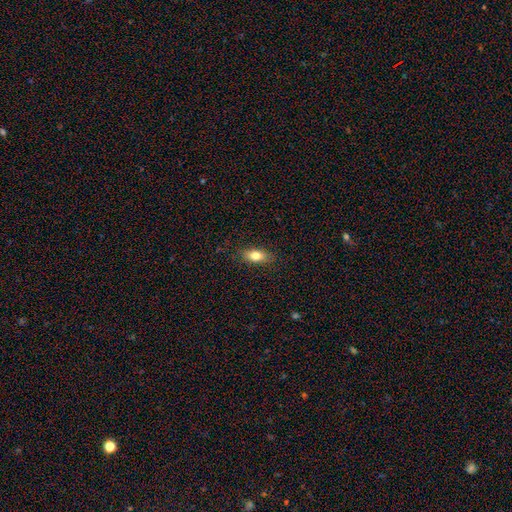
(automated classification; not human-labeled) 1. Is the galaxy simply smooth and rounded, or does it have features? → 77% smooth, 15% featured or disk, 8% star or artifact.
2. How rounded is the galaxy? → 81% in between, 13% cigar-shaped, 6% round.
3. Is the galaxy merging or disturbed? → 86% none, 11% minor disturbance, 2% major disturbance, 1% merger.